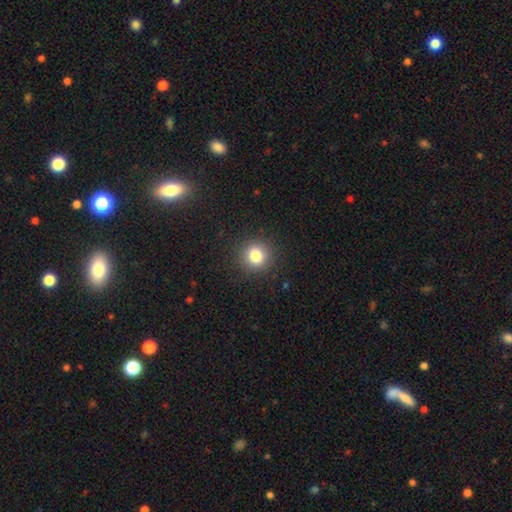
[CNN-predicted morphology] smooth 82%, star or artifact 12%, featured or disk 7%. Down the decision tree: how rounded — round (89%); merging — none (89%).